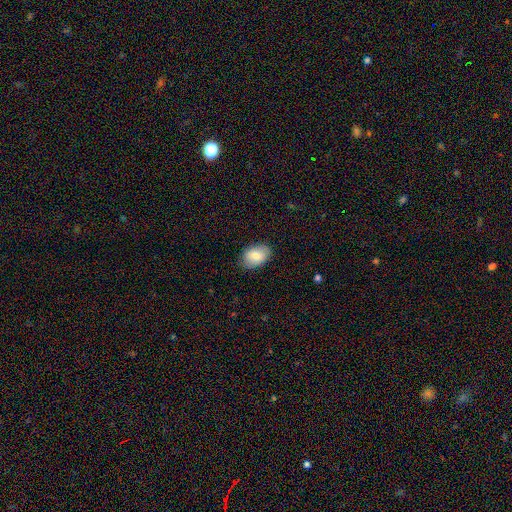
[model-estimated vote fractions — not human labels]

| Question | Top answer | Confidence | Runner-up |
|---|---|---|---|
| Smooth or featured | smooth | 81% | featured or disk (13%) |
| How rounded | in between | 87% | round (12%) |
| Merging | none | 82% | minor disturbance (14%) |